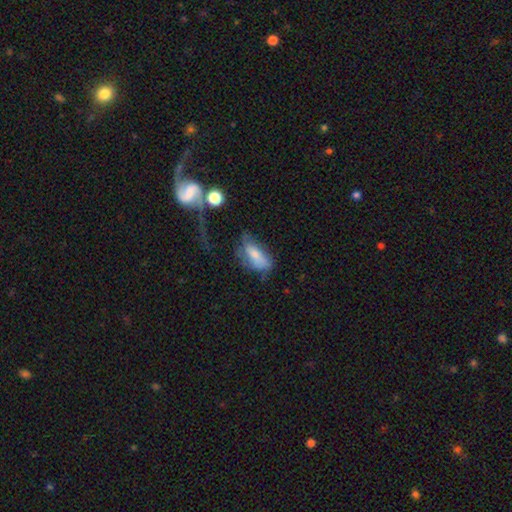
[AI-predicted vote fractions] This appears to be a smooth galaxy with no disk features (67%) that is in between round and cigar-shaped (84%). Merging: none (34%).